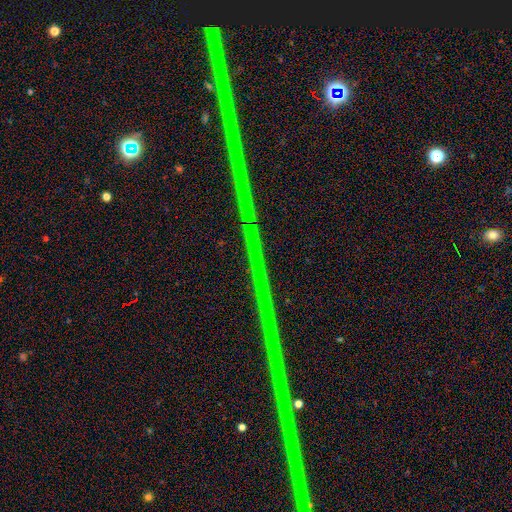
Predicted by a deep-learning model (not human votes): Smooth or featured? Predicted: star or artifact (p=0.89).